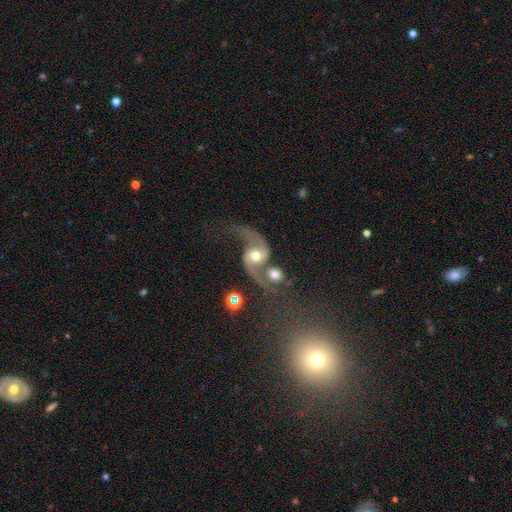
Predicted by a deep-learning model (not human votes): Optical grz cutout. It shows a featured or disk galaxy (84%) with no bar (60%), 2 (93%) loose (80%) spiral arms (96%) and a moderate central bulge (68%). Merging: none (38%).